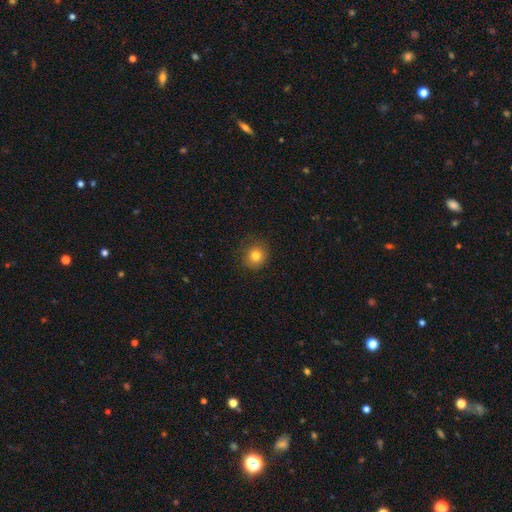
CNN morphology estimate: Smooth or featured: smooth — 81% (star or artifact — 12%)
How rounded: round — 91% (in between — 8%)
Merging: none — 87% (minor disturbance — 9%)